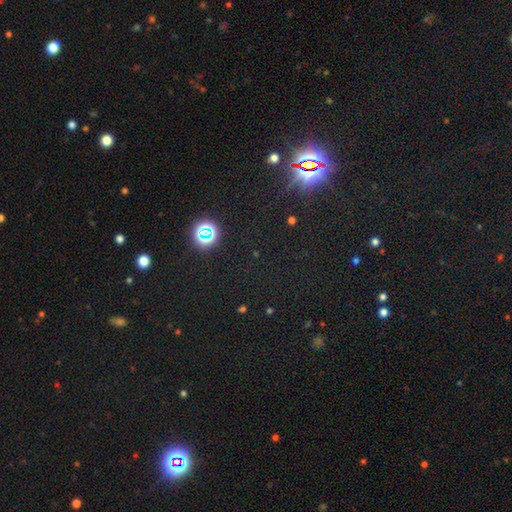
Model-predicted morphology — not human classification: The model was most divided on "smooth or featured": star or artifact: 76%, smooth: 17%, featured or disk: 7%.